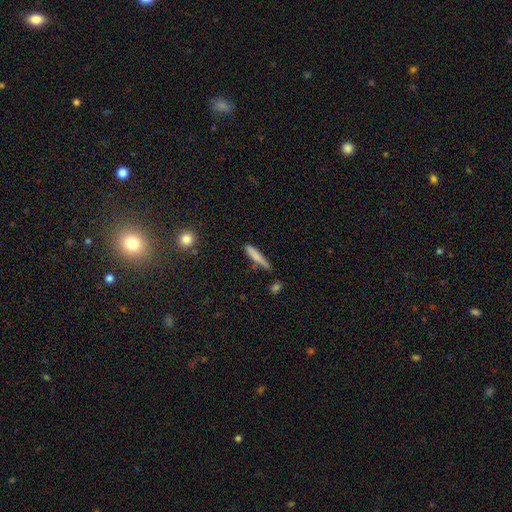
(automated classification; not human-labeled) Overall: smooth (75%). How rounded: cigar-shaped (91%). Merging: none (73%).